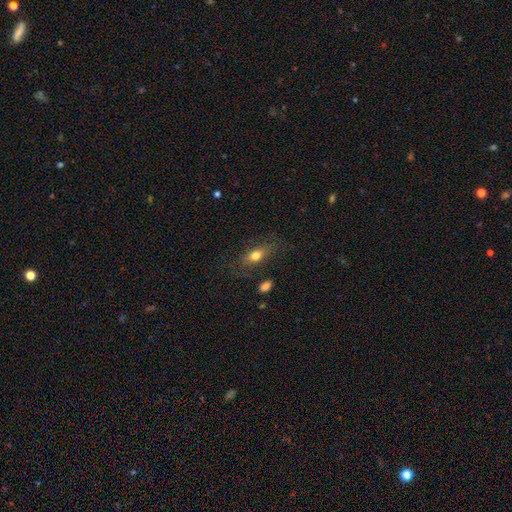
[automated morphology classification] A smooth galaxy with no disk features (72%) that is in between round and cigar-shaped (78%).

Vote fractions:
- Smooth or featured? smooth: 72% / featured or disk: 20% / star or artifact: 9%
- How rounded? in between: 78% / cigar-shaped: 15% / round: 7%
- Merging? none: 74% / minor disturbance: 16% / major disturbance: 7% / merger: 3%